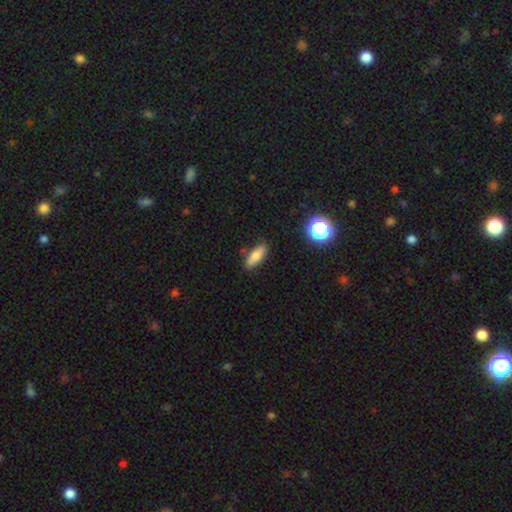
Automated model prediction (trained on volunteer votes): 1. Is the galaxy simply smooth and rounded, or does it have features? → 75% smooth, 16% featured or disk, 9% star or artifact.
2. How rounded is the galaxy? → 63% in between, 34% cigar-shaped, 4% round.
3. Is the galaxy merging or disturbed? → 84% none, 11% minor disturbance, 2% merger, 2% major disturbance.